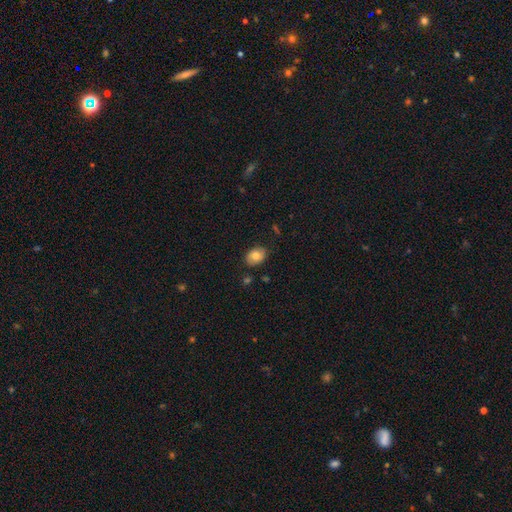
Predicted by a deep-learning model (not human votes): The model was most divided on "how rounded": in between: 68%, round: 31%, cigar-shaped: 1%. More confident: merging — none (81%); smooth or featured — smooth (78%).